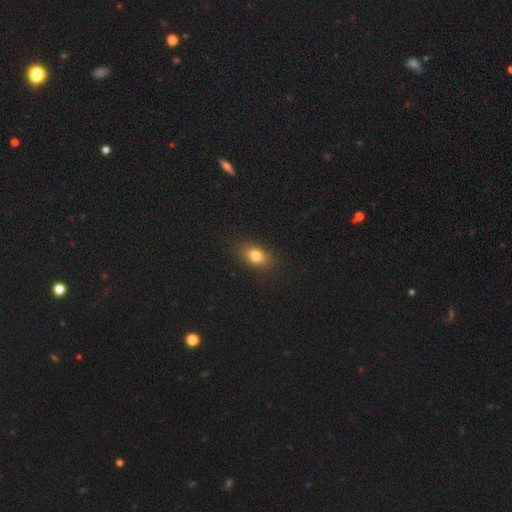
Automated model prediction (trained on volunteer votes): A smooth galaxy with no disk features (79%) that is in between round and cigar-shaped (74%). Merging: none (87%).